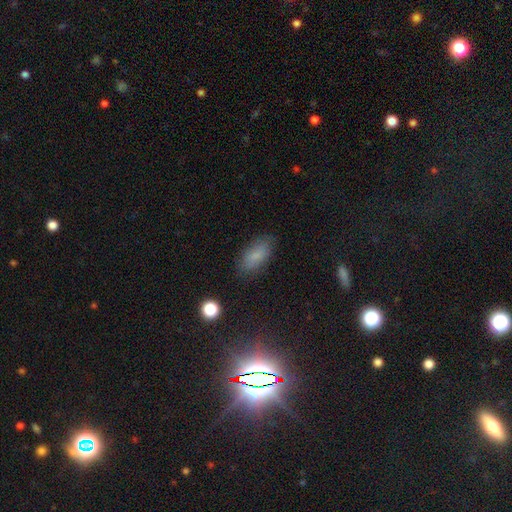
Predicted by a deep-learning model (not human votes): Overall: smooth (81%). How rounded: in between (87%). Merging: none (80%).